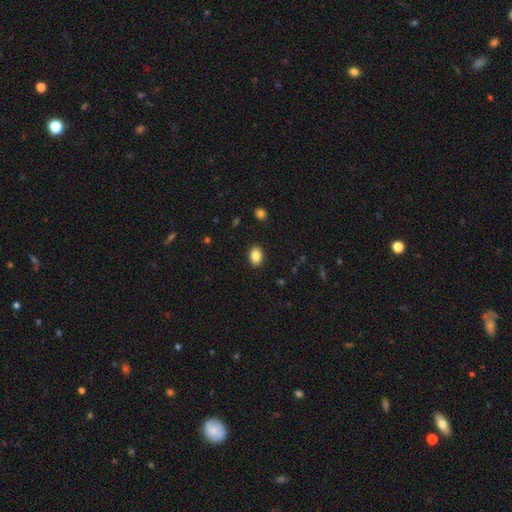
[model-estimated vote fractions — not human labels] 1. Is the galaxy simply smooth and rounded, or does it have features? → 86% smooth, 9% star or artifact, 6% featured or disk.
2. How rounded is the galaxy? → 79% in between, 20% round, 1% cigar-shaped.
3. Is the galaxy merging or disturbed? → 90% none, 7% minor disturbance, 2% major disturbance, 1% merger.